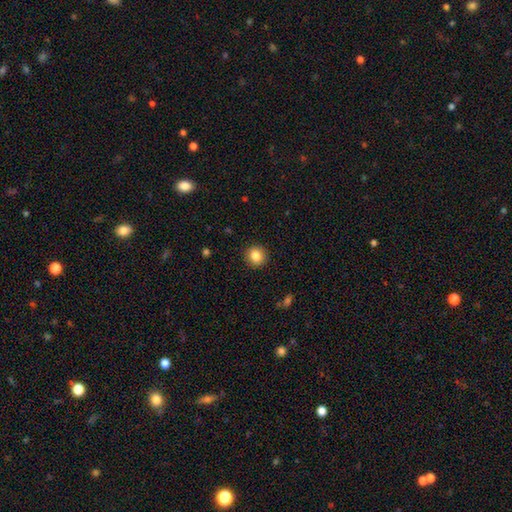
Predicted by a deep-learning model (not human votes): The model was most divided on "smooth or featured": smooth: 85%, star or artifact: 10%, featured or disk: 6%. More confident: merging — none (91%); how rounded — round (89%).